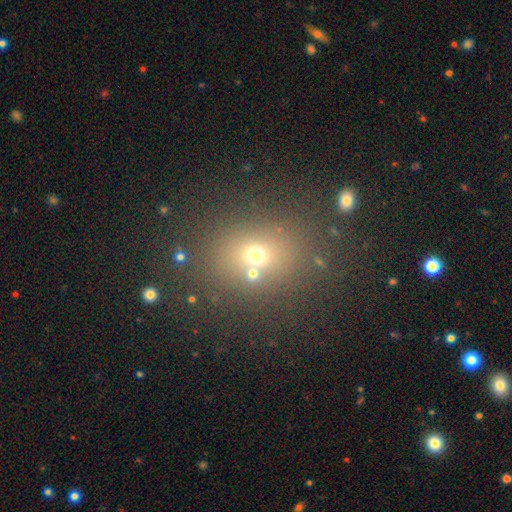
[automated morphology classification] Q: Smooth or featured?
A: smooth (61%); runner-up: star or artifact (24%)
Q: How rounded?
A: round (55%); runner-up: in between (44%)
Q: Merging?
A: none (70%); runner-up: merger (15%)